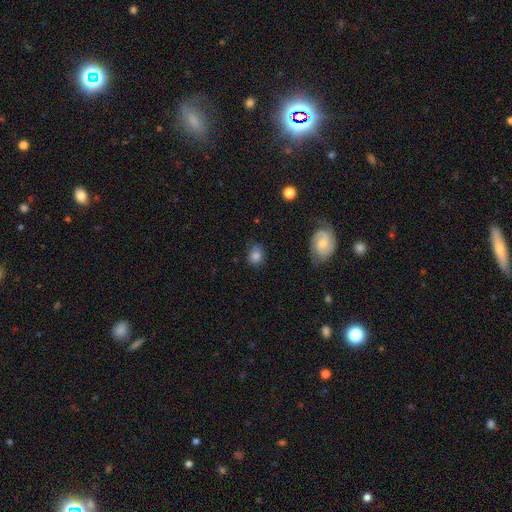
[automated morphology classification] A smooth galaxy with no disk features (78%) that is round (55%). Merging: none (68%).